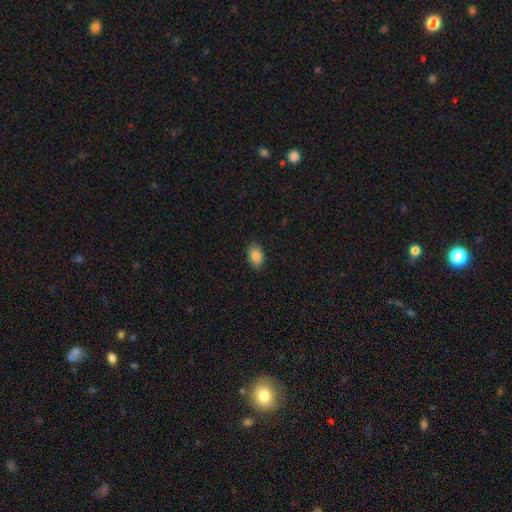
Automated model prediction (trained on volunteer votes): smooth_or_featured: smooth (p=0.86) [alt: star or artifact p=0.08]
how_rounded: in between (p=0.86) [alt: round p=0.13]
merging: none (p=0.88) [alt: minor disturbance p=0.09]